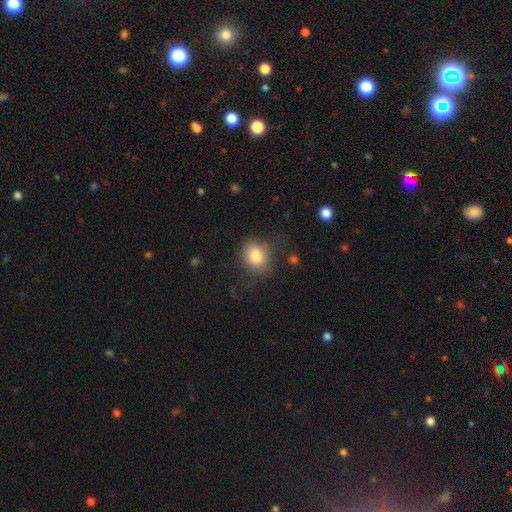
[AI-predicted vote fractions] smooth 82%, star or artifact 10%, featured or disk 8%. Down the decision tree: how rounded — round (59%); merging — none (72%).